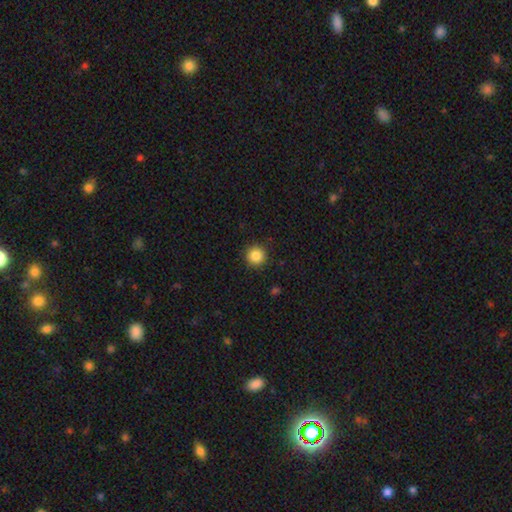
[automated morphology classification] Smooth or featured? smooth (86%)
How rounded? round (95%)
Merging? none (92%)